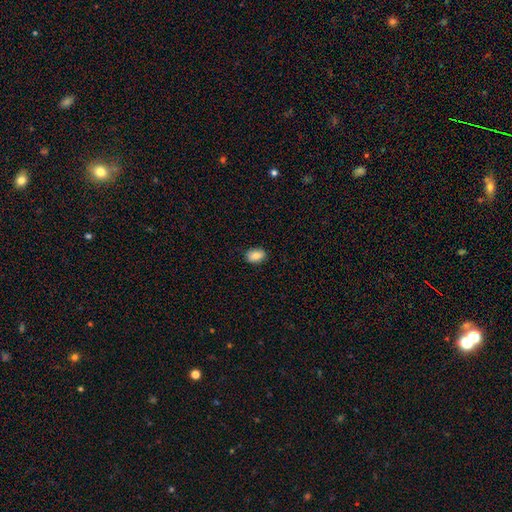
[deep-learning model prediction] Morphology: type=smooth (83%); roundness=in between (81%); merging=none (87%).